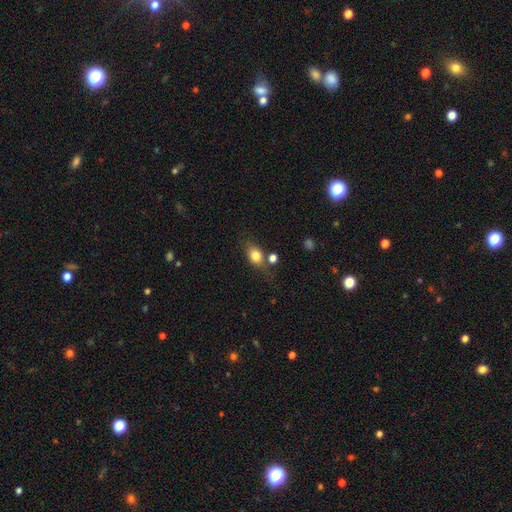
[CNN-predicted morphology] smooth_or_featured: smooth (p=0.80) [alt: featured or disk p=0.11]
how_rounded: in between (p=0.70) [alt: round p=0.27]
merging: none (p=0.60) [alt: minor disturbance p=0.18]